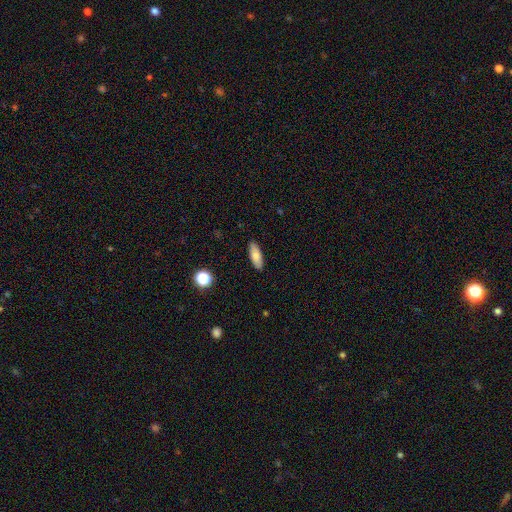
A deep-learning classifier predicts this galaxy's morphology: Smooth or featured?
  - smooth: 78% *
  - featured or disk: 15%
  - star or artifact: 8%
How rounded?
  - in between: 66% *
  - cigar-shaped: 31%
  - round: 3%
Merging?
  - none: 89% *
  - minor disturbance: 8%
  - major disturbance: 2%
  - merger: 1%